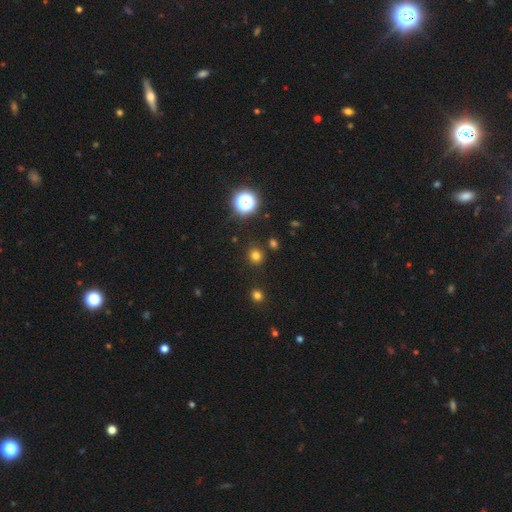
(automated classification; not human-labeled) smooth-or-featured: smooth: 75% | star or artifact: 20% | featured or disk: 5%
  how-rounded: round: 90% | in between: 9% | cigar-shaped: 1%
  merging: none: 88% | minor disturbance: 7% | merger: 3% | major disturbance: 3%